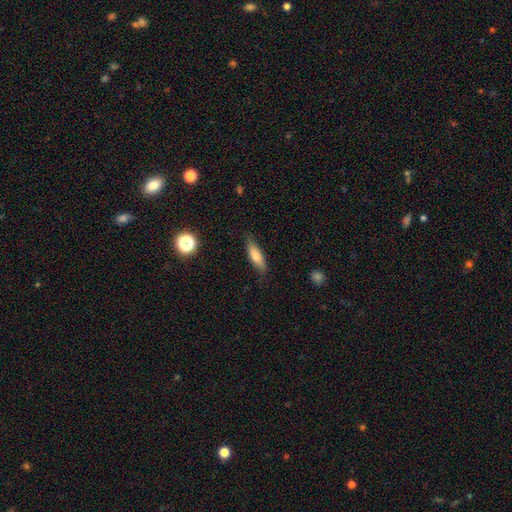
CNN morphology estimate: type=smooth (75%); roundness=cigar-shaped (52%); merging=none (79%).